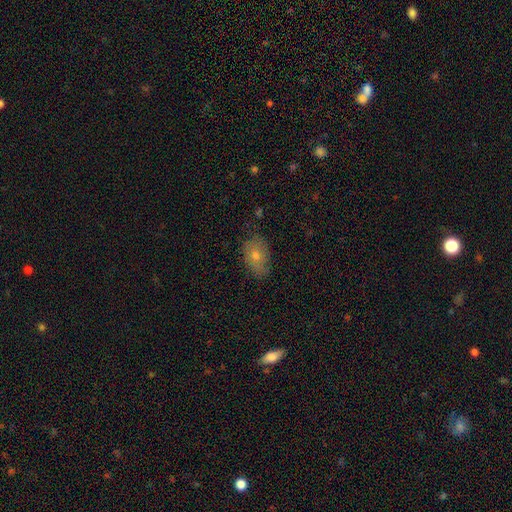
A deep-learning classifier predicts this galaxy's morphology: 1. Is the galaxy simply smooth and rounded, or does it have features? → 56% smooth, 32% featured or disk, 13% star or artifact.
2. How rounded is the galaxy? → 82% in between, 16% round, 2% cigar-shaped.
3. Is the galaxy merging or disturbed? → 74% none, 20% minor disturbance, 5% major disturbance, 1% merger.